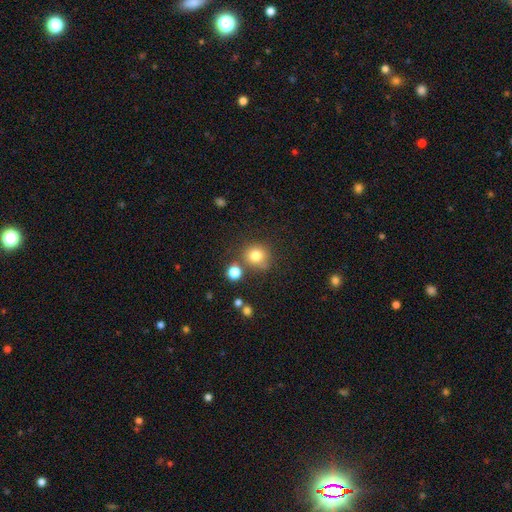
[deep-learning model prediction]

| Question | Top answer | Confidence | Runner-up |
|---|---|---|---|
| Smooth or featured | smooth | 80% | star or artifact (13%) |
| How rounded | round | 87% | in between (12%) |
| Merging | none | 72% | minor disturbance (13%) |